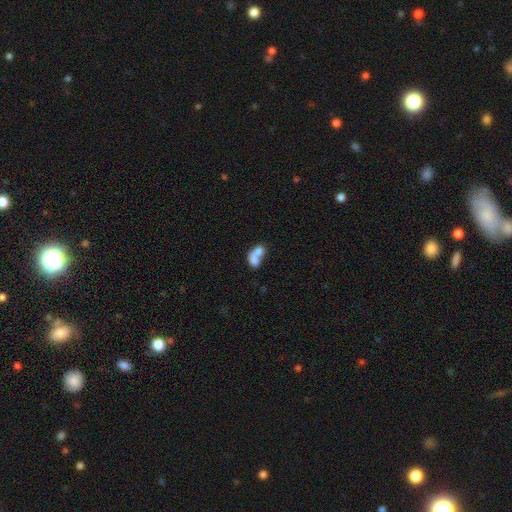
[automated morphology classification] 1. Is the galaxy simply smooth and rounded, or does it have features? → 71% smooth, 21% featured or disk, 8% star or artifact.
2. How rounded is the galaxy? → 68% in between, 29% round, 2% cigar-shaped.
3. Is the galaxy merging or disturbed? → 76% merger, 14% none, 5% minor disturbance, 5% major disturbance.